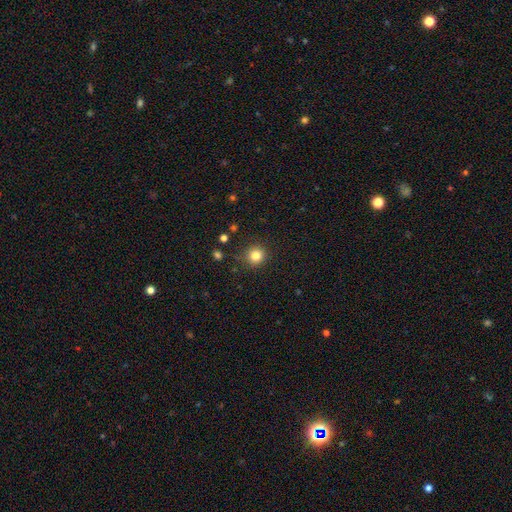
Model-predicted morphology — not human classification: A smooth galaxy with no disk features (82%) that is round (93%).

Vote fractions:
- Smooth or featured? smooth: 82% / star or artifact: 13% / featured or disk: 5%
- How rounded? round: 93% / in between: 6% / cigar-shaped: 1%
- Merging? none: 87% / minor disturbance: 8% / major disturbance: 3% / merger: 2%